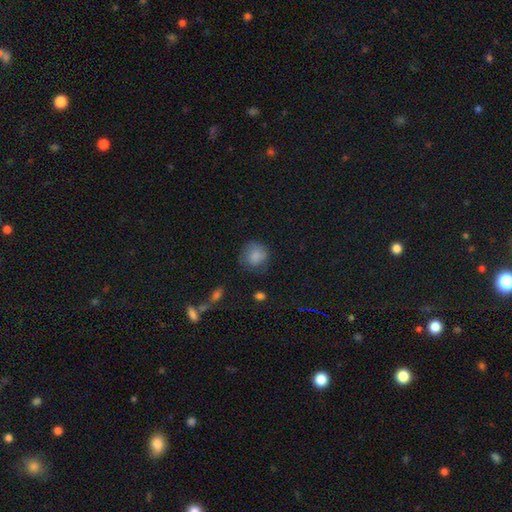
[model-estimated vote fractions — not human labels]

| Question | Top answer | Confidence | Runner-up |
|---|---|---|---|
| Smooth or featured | smooth | 80% | featured or disk (11%) |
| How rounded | round | 81% | in between (18%) |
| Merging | none | 62% | minor disturbance (24%) |